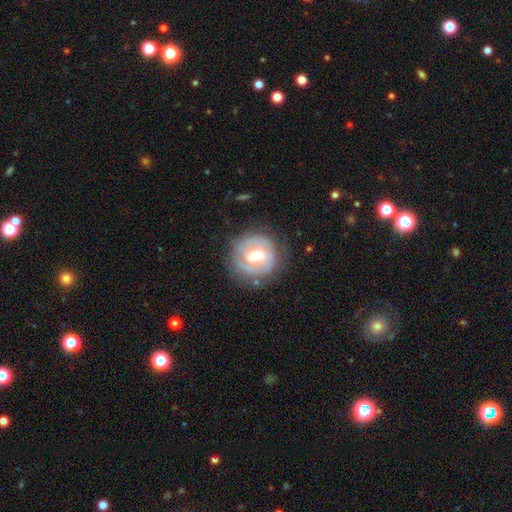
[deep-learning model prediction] Smooth or featured?
  - featured or disk: 65% *
  - smooth: 28%
  - star or artifact: 6%
Edge-on disk?
  - no: 97% *
  - yes: 3%
Bar?
  - weak: 47% *
  - no: 29%
  - strong: 24%
Spiral arms?
  - yes: 65% *
  - no: 35%
Bulge size?
  - moderate: 71% *
  - small: 15%
  - large: 12%
  - dominant: 1%
  - none: 1%
Merging?
  - none: 77% *
  - minor disturbance: 15%
  - major disturbance: 7%
  - merger: 2%